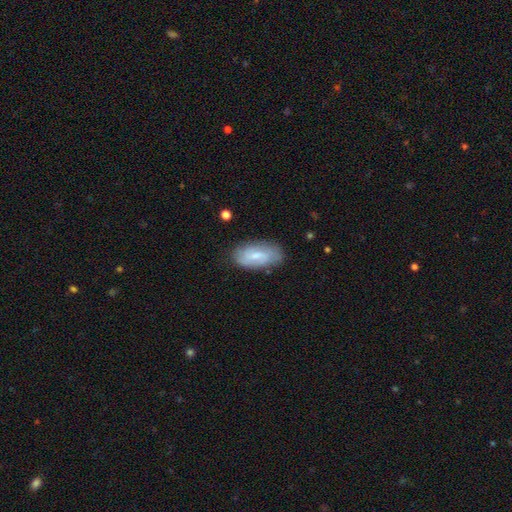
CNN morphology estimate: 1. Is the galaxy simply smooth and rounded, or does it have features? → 57% smooth, 35% featured or disk, 8% star or artifact.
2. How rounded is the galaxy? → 90% in between, 7% cigar-shaped, 3% round.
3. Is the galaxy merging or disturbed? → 75% none, 20% minor disturbance, 4% major disturbance, 1% merger.